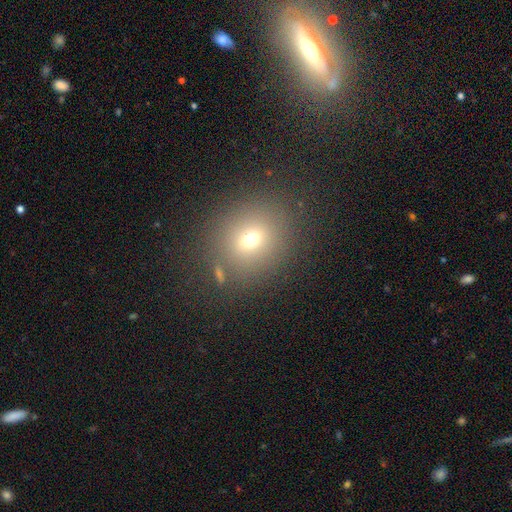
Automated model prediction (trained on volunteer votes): Smooth or featured? smooth (64%)
How rounded? round (70%)
Merging? none (81%)